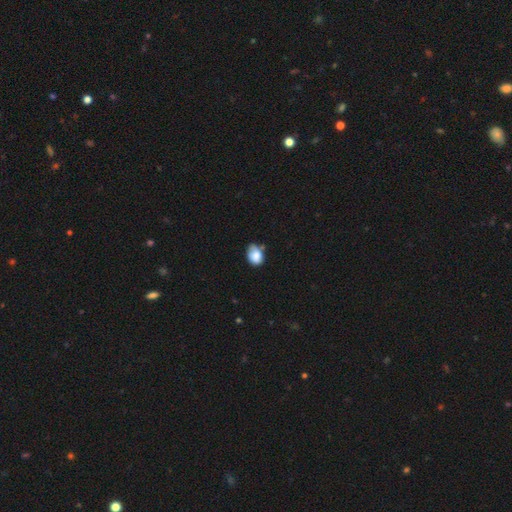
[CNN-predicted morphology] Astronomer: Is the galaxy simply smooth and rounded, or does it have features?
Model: smooth — 81%.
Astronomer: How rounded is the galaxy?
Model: in between — 68%.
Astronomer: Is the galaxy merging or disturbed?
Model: none — 41% (runner-up: minor disturbance, 40%).